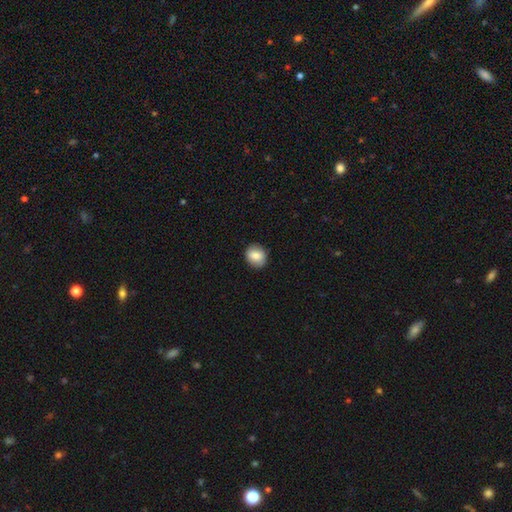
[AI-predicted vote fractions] A smooth galaxy with no disk features (82%) that is round (67%). Merging: none (87%).